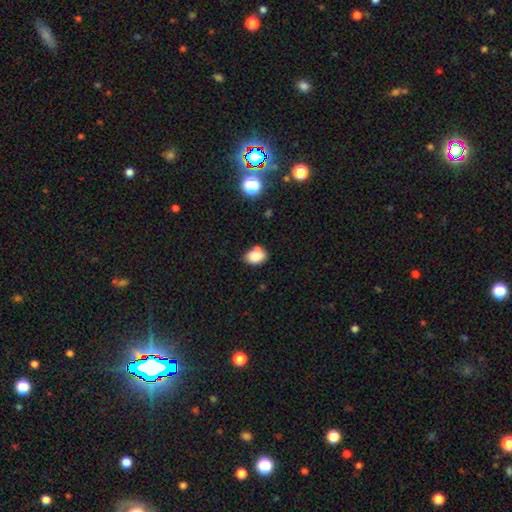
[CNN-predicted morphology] A smooth galaxy with no disk features (84%) that is in between round and cigar-shaped (71%).

Vote fractions:
- Smooth or featured? smooth: 84% / star or artifact: 10% / featured or disk: 6%
- How rounded? in between: 71% / round: 28% / cigar-shaped: 1%
- Merging? none: 63% / minor disturbance: 22% / merger: 11% / major disturbance: 4%